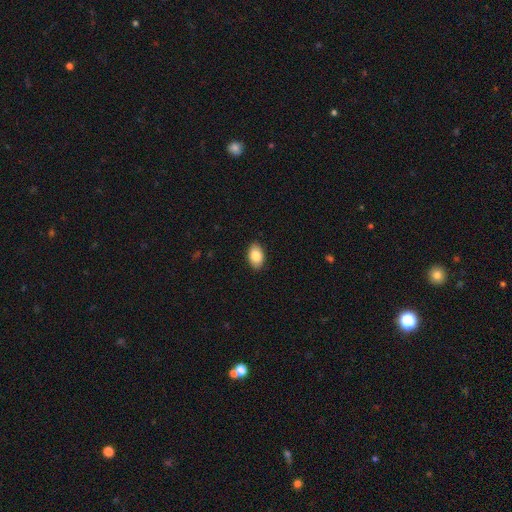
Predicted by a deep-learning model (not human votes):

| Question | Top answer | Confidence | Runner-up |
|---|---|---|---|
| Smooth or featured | smooth | 84% | featured or disk (8%) |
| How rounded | in between | 91% | round (8%) |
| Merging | none | 89% | minor disturbance (8%) |